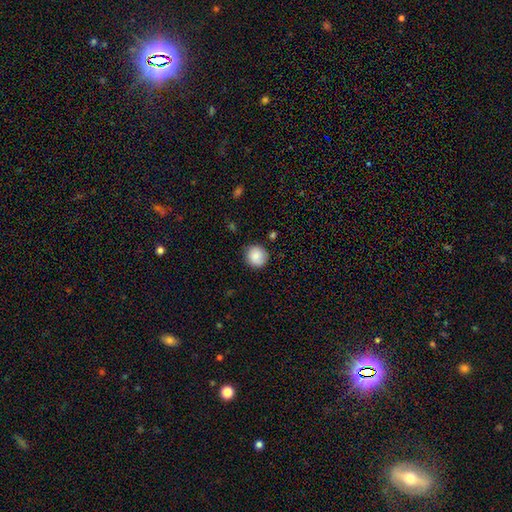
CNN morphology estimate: smooth 85%, star or artifact 8%, featured or disk 7%. Down the decision tree: how rounded — round (92%); merging — none (86%).